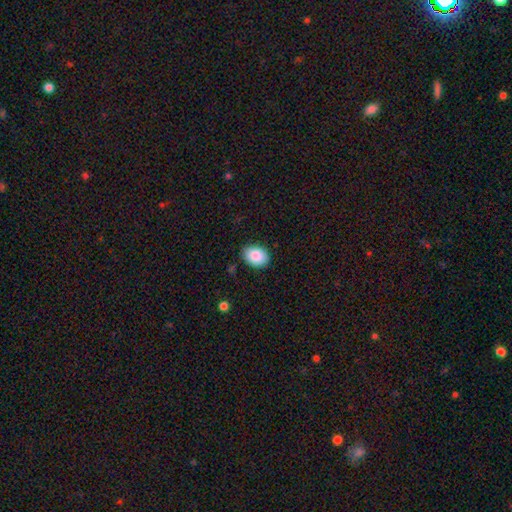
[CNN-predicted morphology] Overall: smooth (88%). How rounded: in between (74%). Merging: none (85%).